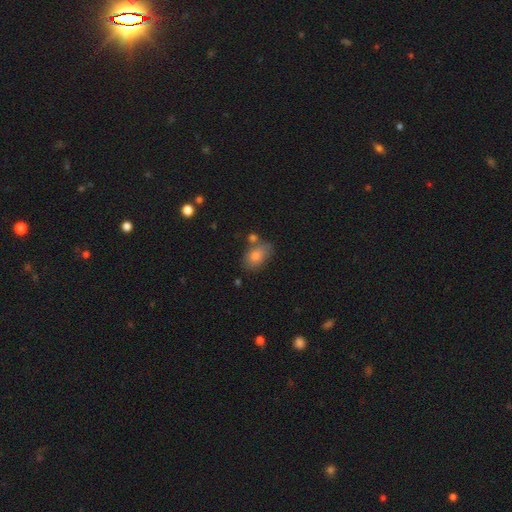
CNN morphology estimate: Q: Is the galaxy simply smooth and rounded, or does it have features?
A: smooth — 79%.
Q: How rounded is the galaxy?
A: in between — 85%.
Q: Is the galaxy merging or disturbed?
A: none — 65%.